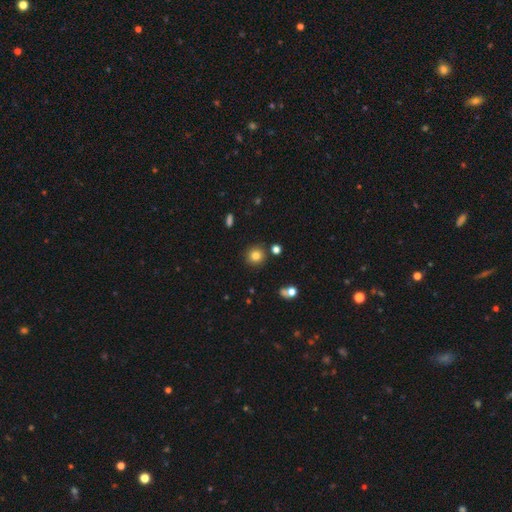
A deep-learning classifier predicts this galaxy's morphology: This appears to be a smooth galaxy with no disk features (81%) that is round (91%). Merging: none (86%).